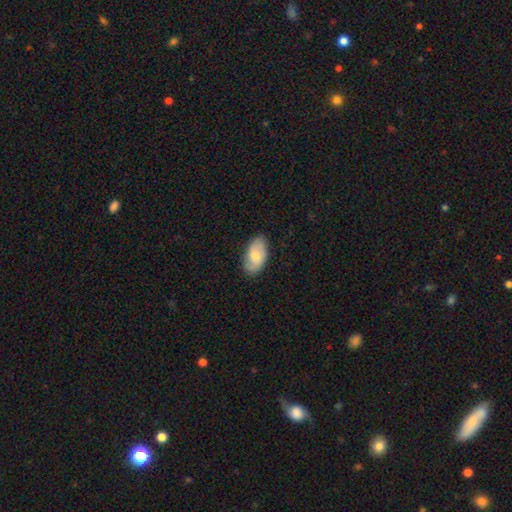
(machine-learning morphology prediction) Q: Smooth or featured?
A: smooth (62%); runner-up: featured or disk (32%)
Q: How rounded?
A: in between (94%); runner-up: round (4%)
Q: Merging?
A: none (80%); runner-up: minor disturbance (16%)